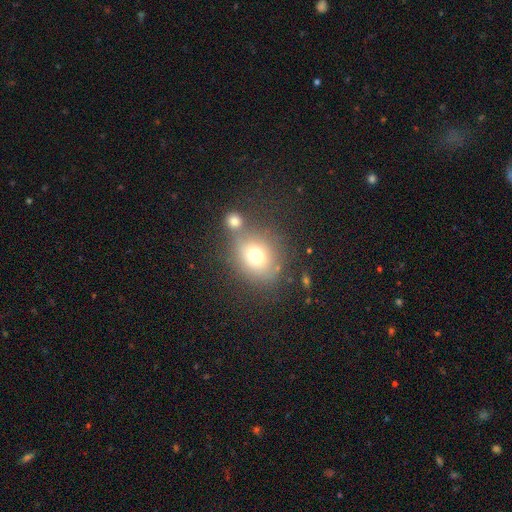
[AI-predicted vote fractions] Smooth or featured? smooth (71%)
How rounded? round (68%)
Merging? none (56%)